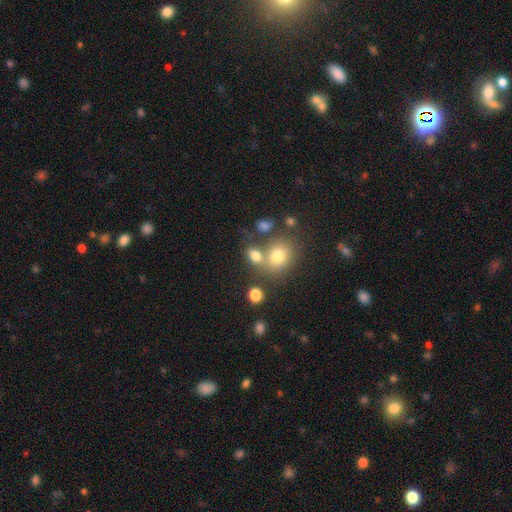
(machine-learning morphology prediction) A smooth galaxy with no disk features (74%) that is in between round and cigar-shaped (56%).

Vote fractions:
- Smooth or featured? smooth: 74% / star or artifact: 15% / featured or disk: 12%
- How rounded? in between: 56% / round: 42% / cigar-shaped: 2%
- Merging? none: 46% / merger: 37% / minor disturbance: 12% / major disturbance: 6%